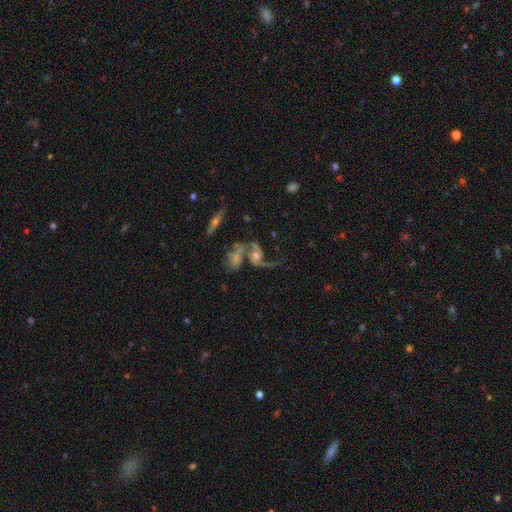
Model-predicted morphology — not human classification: smooth-or-featured: featured or disk: 77% | smooth: 13% | star or artifact: 10%
  disk-edge-on: no: 94% | yes: 6%
    bar: no: 68% | weak: 25% | strong: 7%
    has-spiral-arms: yes: 86% | no: 14%
      spiral-winding: loose: 72% | medium: 22% | tight: 6%
      spiral-arm-count: 2: 68% | 1: 24% | can't tell: 5% | 3: 2% | 4: 1% | more than 4: 1%
    bulge-size: moderate: 49% | small: 27% | large: 12% | none: 9% | dominant: 3%
  merging: merger: 40% | none: 27% | major disturbance: 22% | minor disturbance: 11%